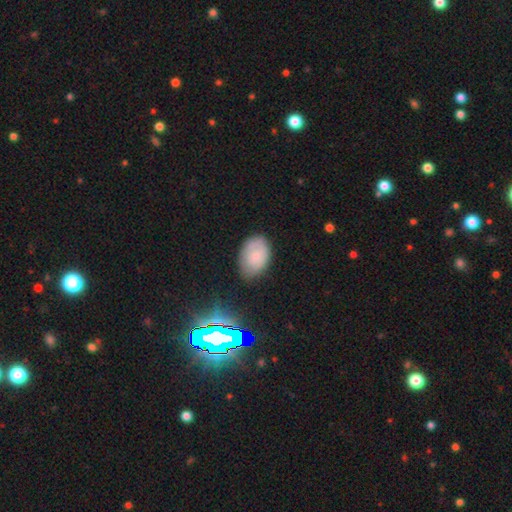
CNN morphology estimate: smooth 69%, featured or disk 21%, star or artifact 11%. Down the decision tree: how rounded — in between (87%); merging — none (75%).